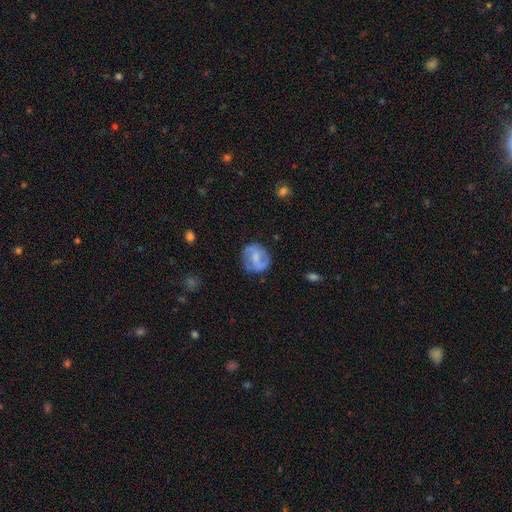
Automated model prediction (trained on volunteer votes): A featured or disk galaxy (68%) with a weak bar (47%), 2 (82%) medium (48%) spiral arms (86%) and a moderate central bulge (36%). Merging: none (74%).